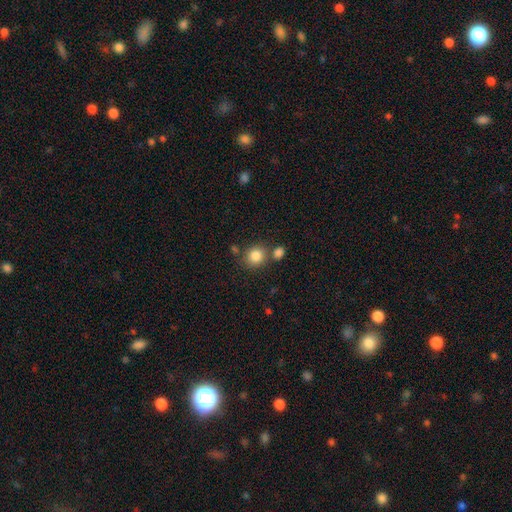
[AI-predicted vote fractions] This appears to be a smooth galaxy with no disk features (84%) that is round (80%). Merging: none (67%).